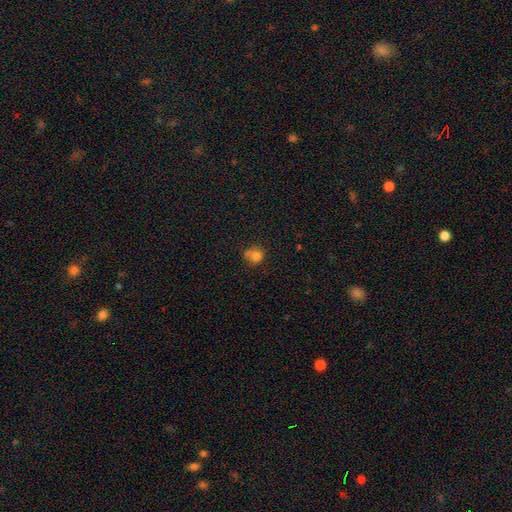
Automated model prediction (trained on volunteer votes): smooth-or-featured: smooth: 77% | star or artifact: 12% | featured or disk: 11%
  how-rounded: round: 80% | in between: 19% | cigar-shaped: 1%
  merging: none: 46% | merger: 28% | minor disturbance: 18% | major disturbance: 8%